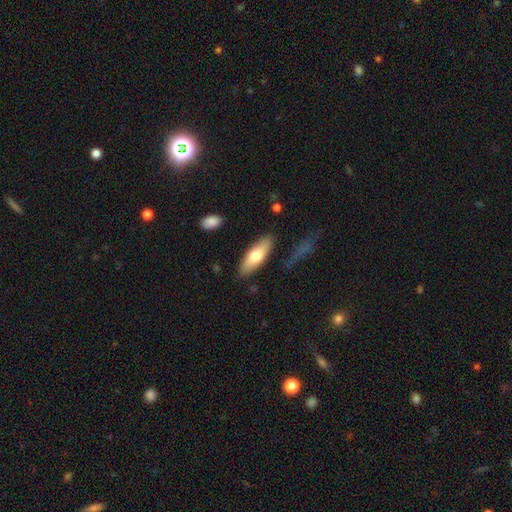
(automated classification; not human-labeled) Smooth or featured? Predicted: smooth (p=0.69). How rounded? Predicted: in between (p=0.64). Merging? Predicted: none (p=0.84).